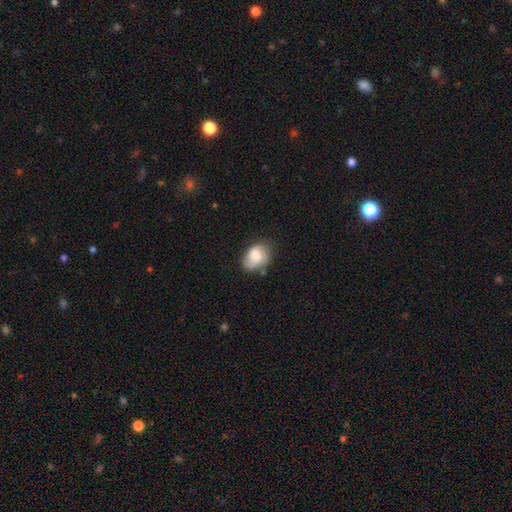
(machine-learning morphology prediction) smooth-or-featured: smooth: 62% | featured or disk: 30% | star or artifact: 8%
  how-rounded: in between: 80% | round: 19% | cigar-shaped: 1%
  merging: none: 51% | minor disturbance: 33% | major disturbance: 11% | merger: 5%